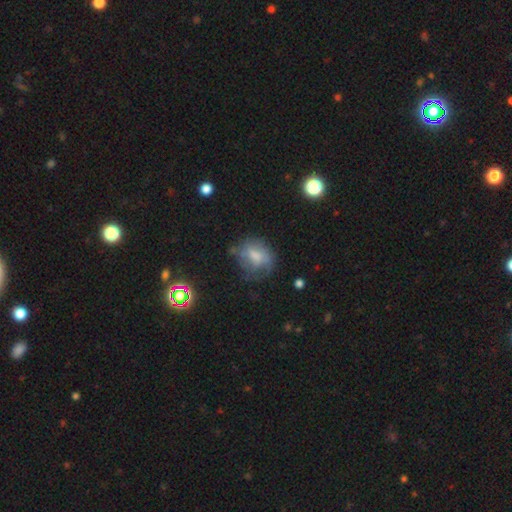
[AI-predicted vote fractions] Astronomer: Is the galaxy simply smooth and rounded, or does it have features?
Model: smooth — 55% (runner-up: featured or disk, 34%).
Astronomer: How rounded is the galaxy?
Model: round — 53% (runner-up: in between, 45%).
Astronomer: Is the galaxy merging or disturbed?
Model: none — 48% (runner-up: minor disturbance, 28%).